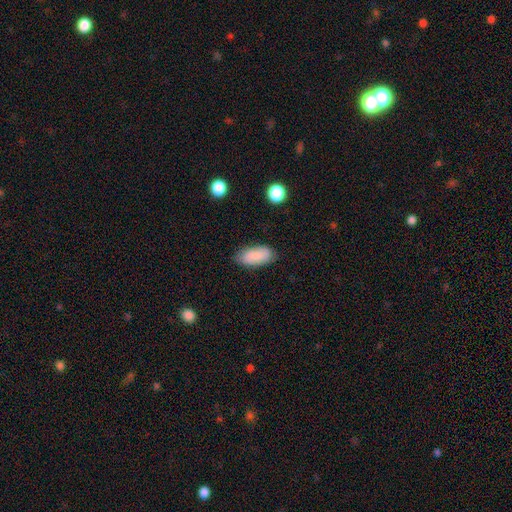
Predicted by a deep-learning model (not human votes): Smooth or featured? Predicted: smooth (p=0.87). How rounded? Predicted: in between (p=0.90). Merging? Predicted: none (p=0.81).